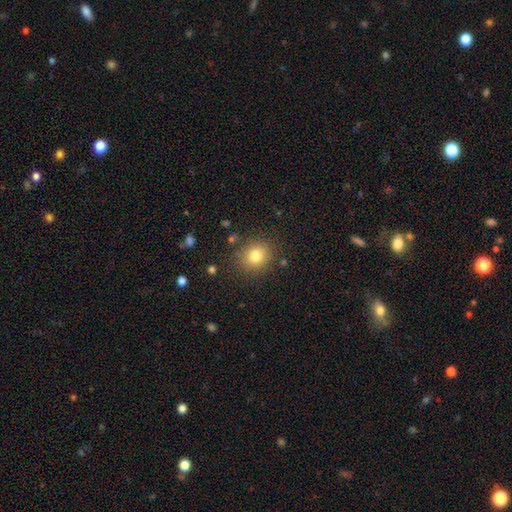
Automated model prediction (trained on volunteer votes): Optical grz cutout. It shows a smooth galaxy with no disk features (80%) that is round (80%). Merging: none (85%).